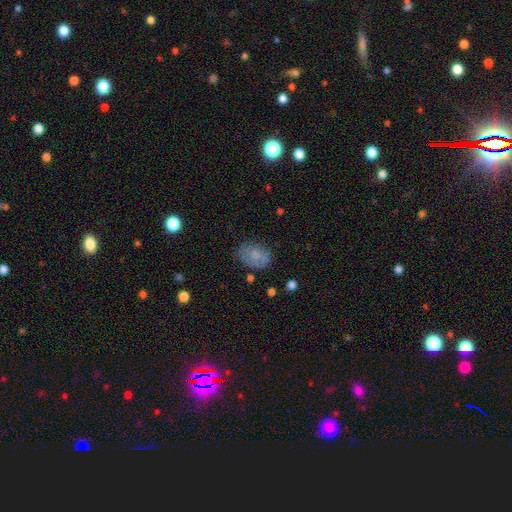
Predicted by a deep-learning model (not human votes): Smooth or featured? smooth (72%)
How rounded? in between (80%)
Merging? none (63%)